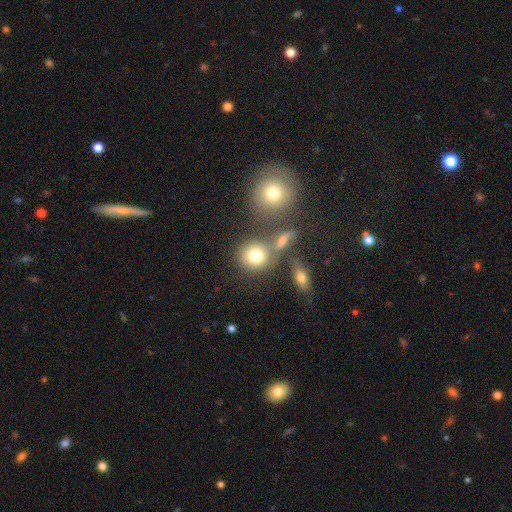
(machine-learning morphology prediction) The model was most divided on "merging": none: 61%, merger: 23%, minor disturbance: 11%, major disturbance: 5%. More confident: how rounded — round (76%); smooth or featured — smooth (76%).